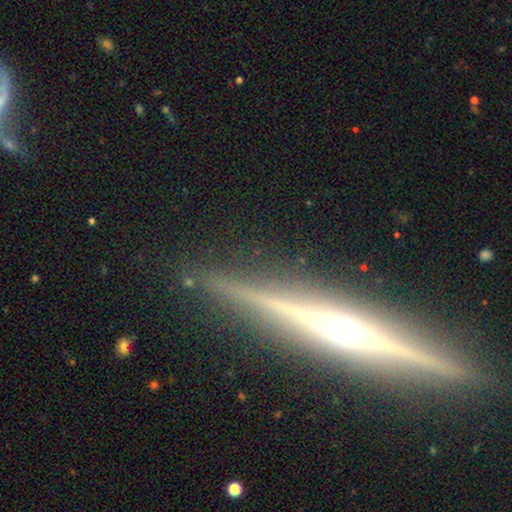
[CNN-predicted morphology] A featured or disk galaxy (84%) viewed edge-on (97%) with a rounded central bulge (79%).

Vote fractions:
- Smooth or featured? featured or disk: 84% / smooth: 8% / star or artifact: 8%
- Edge-on disk? yes: 97% / no: 3%
- Edge-on bulge? rounded: 79% / none: 12% / boxy: 9%
- Merging? none: 89% / minor disturbance: 8% / major disturbance: 2% / merger: 2%